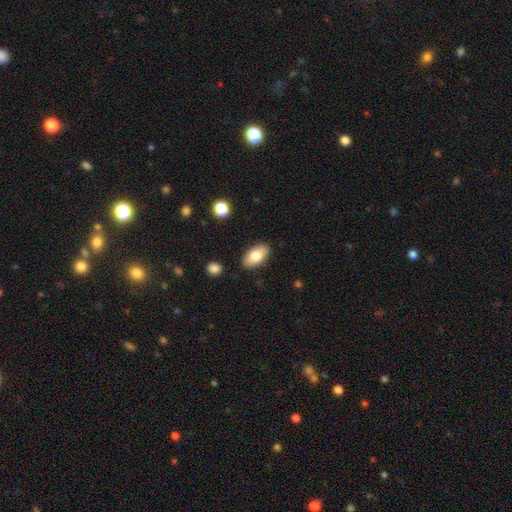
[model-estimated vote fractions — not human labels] Smooth or featured? smooth (79%)
How rounded? in between (93%)
Merging? none (87%)